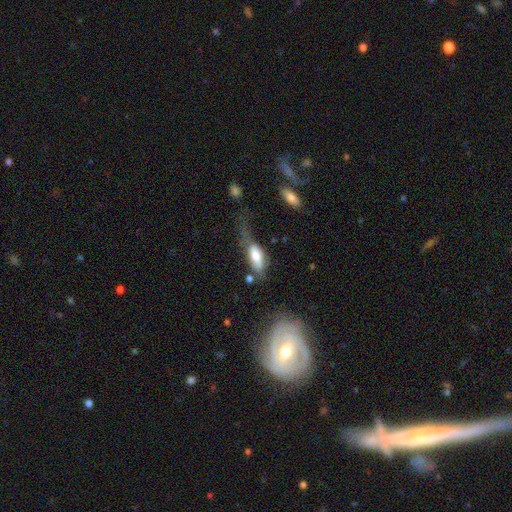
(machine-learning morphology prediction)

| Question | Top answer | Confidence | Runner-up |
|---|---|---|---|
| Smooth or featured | smooth | 66% | featured or disk (27%) |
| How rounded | in between | 77% | cigar-shaped (20%) |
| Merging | major disturbance | 44% | minor disturbance (25%) |